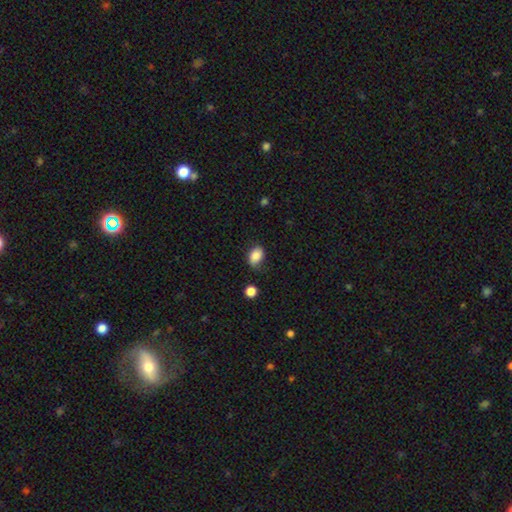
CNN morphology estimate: Smooth or featured? smooth (83%)
How rounded? in between (80%)
Merging? none (64%)